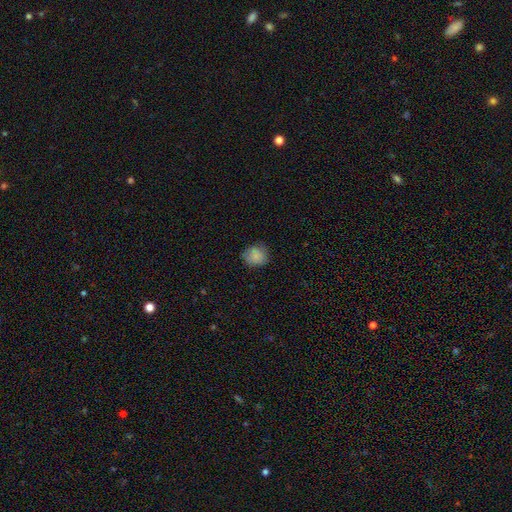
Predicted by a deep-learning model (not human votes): smooth-or-featured: smooth: 84% | star or artifact: 9% | featured or disk: 7%
  how-rounded: round: 81% | in between: 18% | cigar-shaped: 1%
  merging: none: 74% | minor disturbance: 20% | major disturbance: 5% | merger: 1%